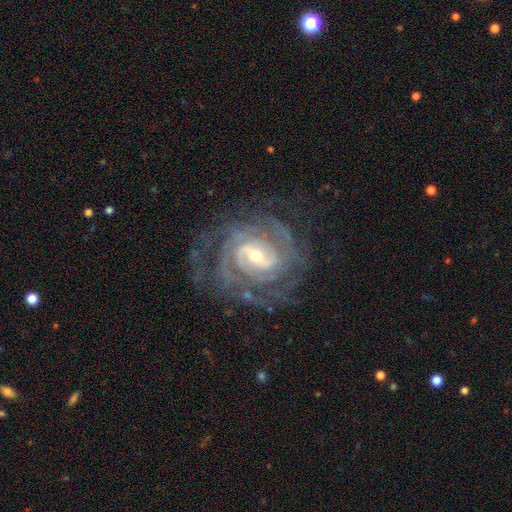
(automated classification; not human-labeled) Q: Smooth or featured?
A: featured or disk (90%); runner-up: star or artifact (5%)
Q: Edge-on disk?
A: no (97%); runner-up: yes (3%)
Q: Bar?
A: weak (46%); runner-up: strong (37%)
Q: Spiral arms?
A: yes (97%); runner-up: no (3%)
Q: Spiral winding?
A: tight (66%); runner-up: medium (28%)
Q: Spiral arm count?
A: 2 (30%); runner-up: can't tell (25%)
Q: Bulge size?
A: small (48%); runner-up: moderate (47%)
Q: Merging?
A: none (71%); runner-up: minor disturbance (16%)